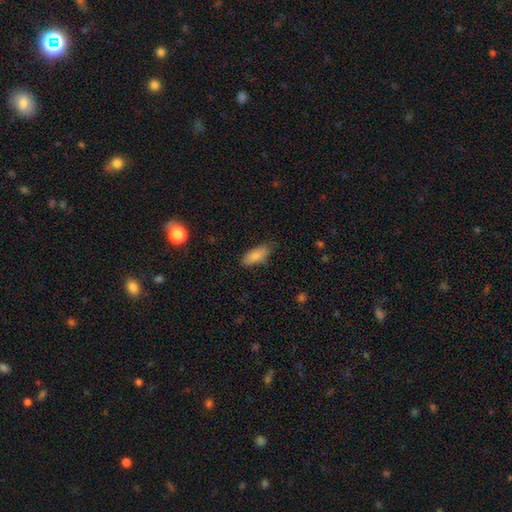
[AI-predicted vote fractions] Overall: smooth (82%). How rounded: in between (78%). Merging: none (77%).